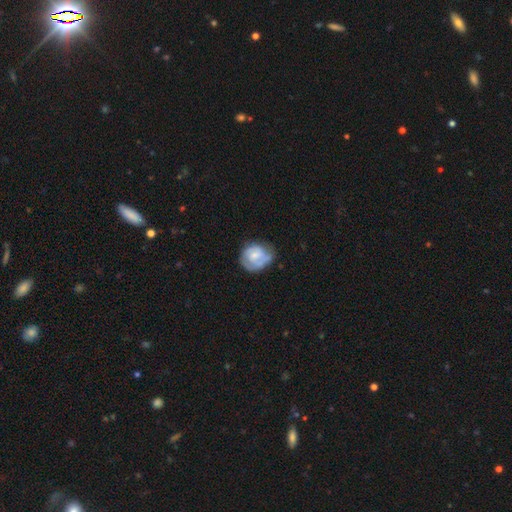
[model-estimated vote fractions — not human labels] smooth-or-featured: featured or disk: 49% | smooth: 44% | star or artifact: 7%
  merging: none: 49% | minor disturbance: 32% | major disturbance: 16% | merger: 4%